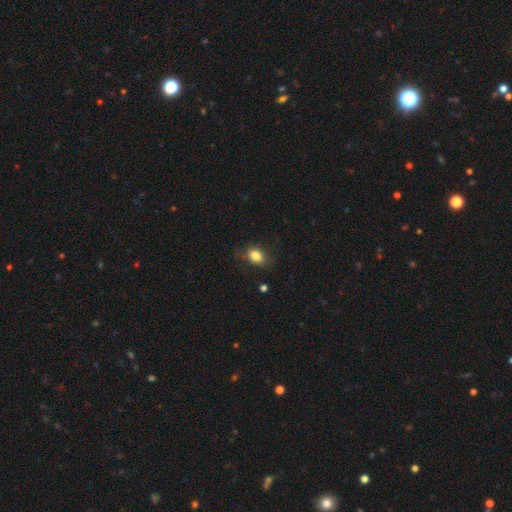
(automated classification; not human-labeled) Smooth or featured? Predicted: smooth (p=0.83). How rounded? Predicted: in between (p=0.68). Merging? Predicted: none (p=0.74).